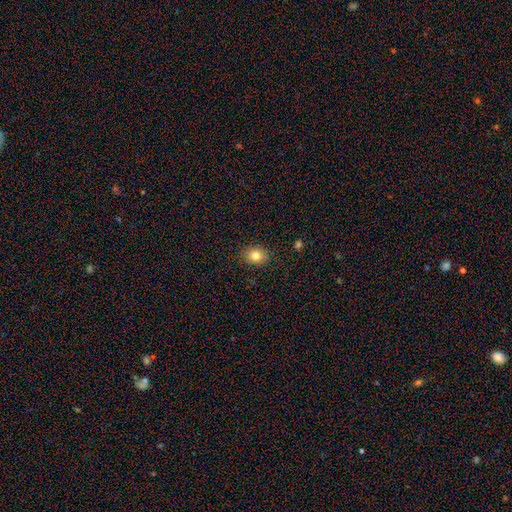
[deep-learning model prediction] smooth 81%, star or artifact 11%, featured or disk 8%. Down the decision tree: how rounded — round (52%); merging — none (88%).